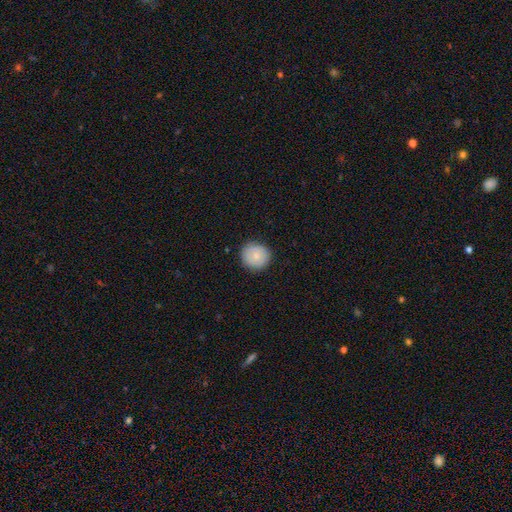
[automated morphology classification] A smooth galaxy with no disk features (79%) that is round (92%). Merging: none (89%).